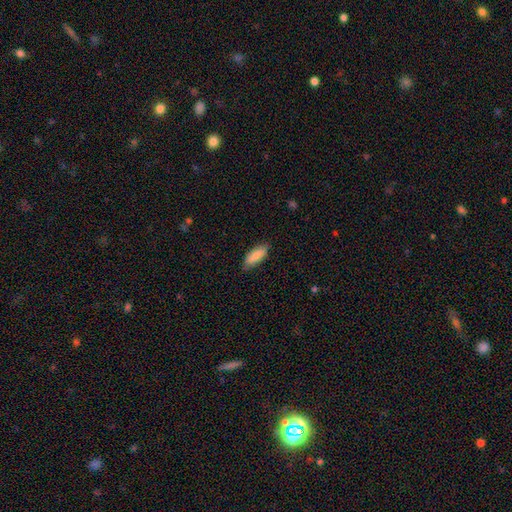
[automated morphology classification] A smooth galaxy with no disk features (81%) that is in between round and cigar-shaped (75%).

Vote fractions:
- Smooth or featured? smooth: 81% / featured or disk: 13% / star or artifact: 6%
- How rounded? in between: 75% / cigar-shaped: 23% / round: 2%
- Merging? none: 82% / minor disturbance: 15% / major disturbance: 2% / merger: 1%